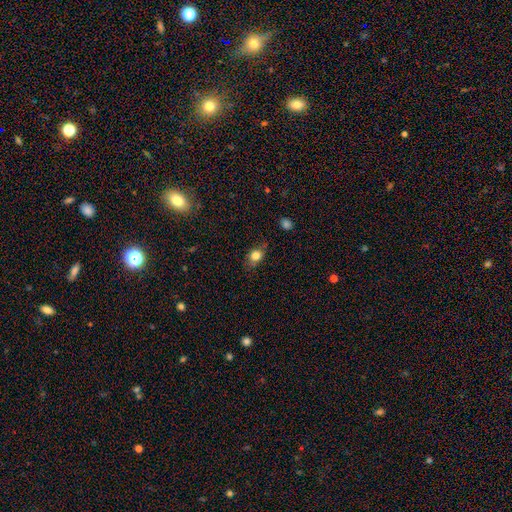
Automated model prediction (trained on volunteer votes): Morphology: type=smooth (81%); roundness=in between (56%); merging=none (71%).